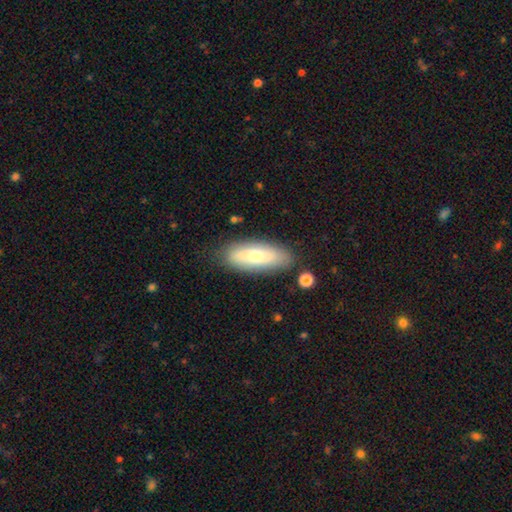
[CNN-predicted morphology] Smooth or featured?
  - smooth: 64% *
  - featured or disk: 29%
  - star or artifact: 6%
How rounded?
  - in between: 68% *
  - cigar-shaped: 30%
  - round: 2%
Merging?
  - none: 81% *
  - minor disturbance: 13%
  - major disturbance: 3%
  - merger: 3%